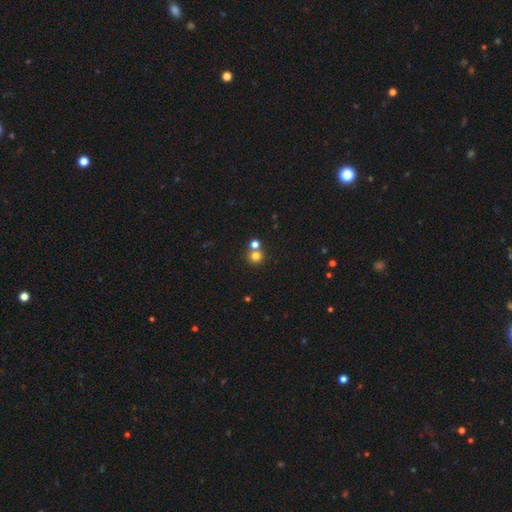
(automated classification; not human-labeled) Smooth or featured? smooth (77%)
How rounded? round (91%)
Merging? none (60%)